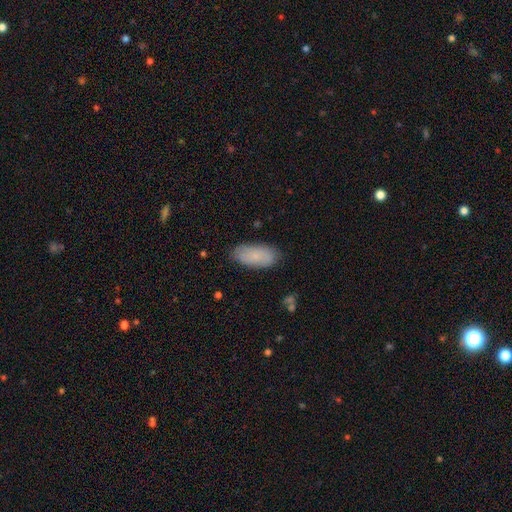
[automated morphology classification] This is clearly a smooth galaxy (80%). How rounded: clearly in between (91%). Merging: clearly none (83%).